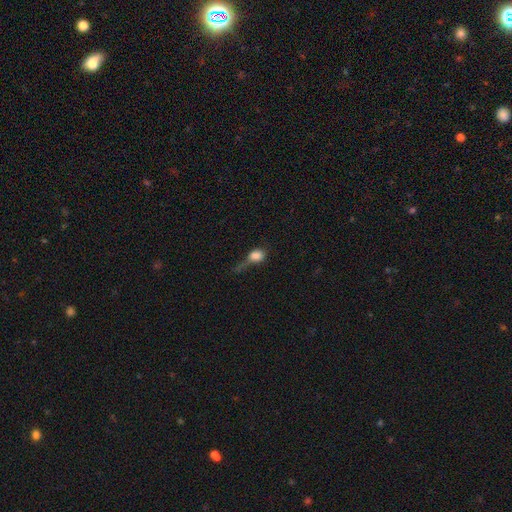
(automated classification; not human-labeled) smooth-or-featured: smooth: 75% | featured or disk: 14% | star or artifact: 11%
  how-rounded: in between: 61% | round: 34% | cigar-shaped: 6%
  merging: major disturbance: 42% | minor disturbance: 24% | none: 21% | merger: 13%